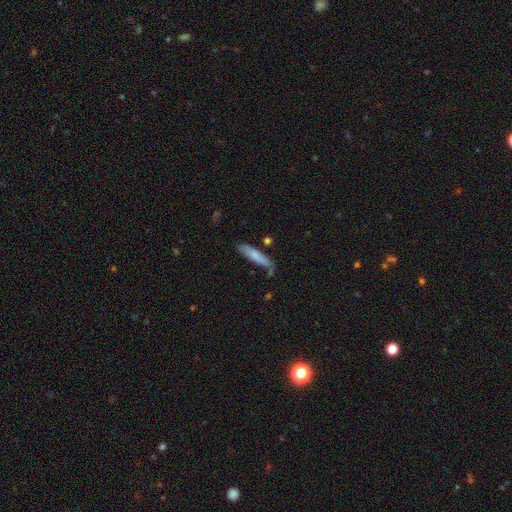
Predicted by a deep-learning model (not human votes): This is likely a smooth galaxy (73%). How rounded: clearly cigar-shaped (81%). Merging: likely none (71%).